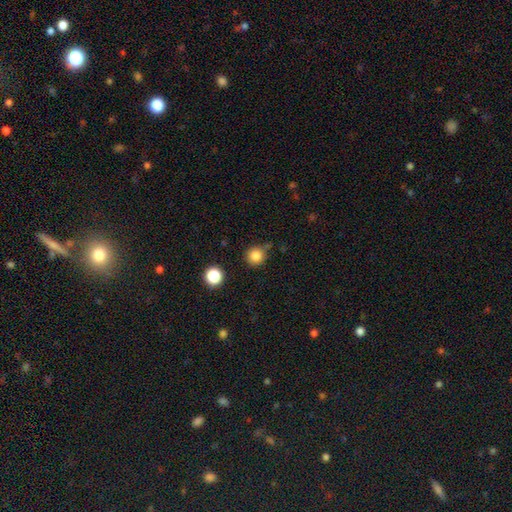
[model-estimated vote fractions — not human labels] Smooth or featured? smooth (84%)
How rounded? round (93%)
Merging? none (75%)